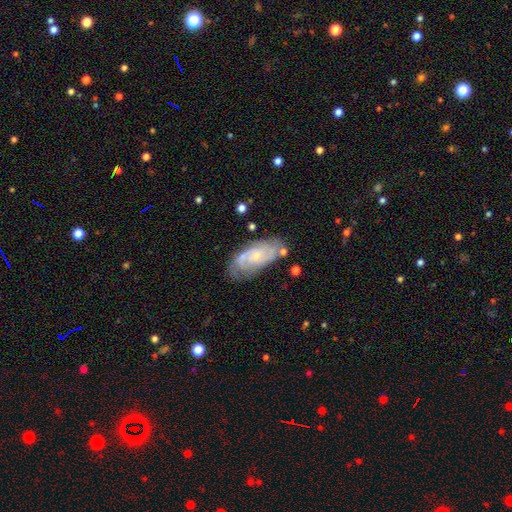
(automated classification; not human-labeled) A featured or disk galaxy (69%) with no bar (73%), 2 (41%) tight (52%) spiral arms (85%) and a small central bulge (74%). Merging: none (66%).